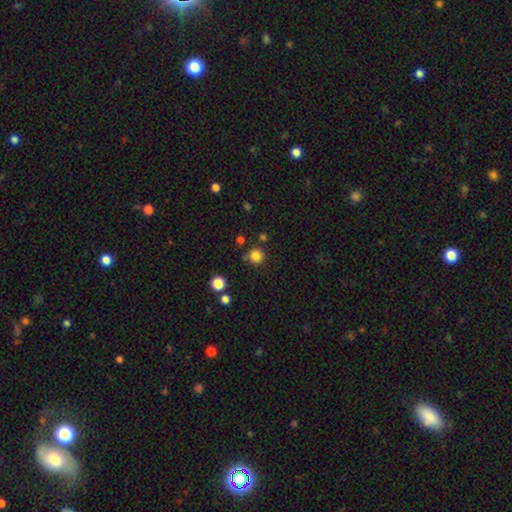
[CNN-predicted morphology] smooth-or-featured: smooth: 82% | star or artifact: 13% | featured or disk: 4%
  how-rounded: round: 94% | in between: 5% | cigar-shaped: 1%
  merging: none: 80% | minor disturbance: 11% | merger: 6% | major disturbance: 4%